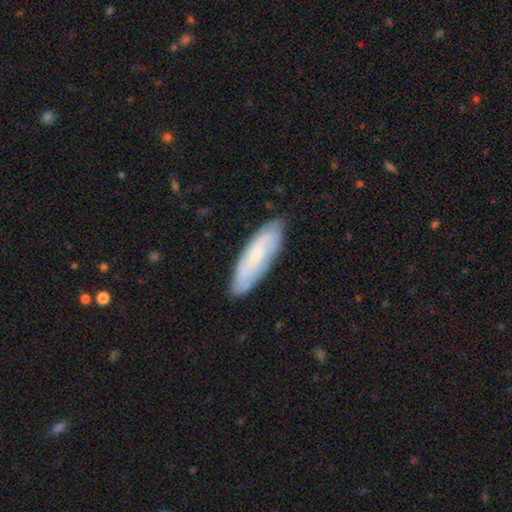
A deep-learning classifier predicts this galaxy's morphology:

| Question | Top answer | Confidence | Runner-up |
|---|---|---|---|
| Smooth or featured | featured or disk | 48% | smooth (45%) |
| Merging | none | 80% | minor disturbance (15%) |